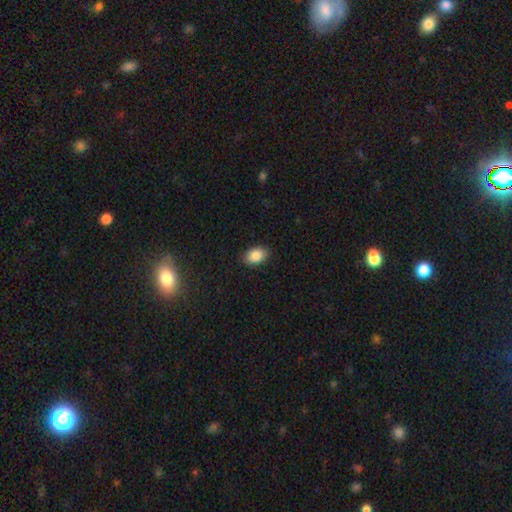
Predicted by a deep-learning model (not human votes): Q: Smooth or featured?
A: smooth (86%); runner-up: star or artifact (8%)
Q: How rounded?
A: in between (83%); runner-up: round (16%)
Q: Merging?
A: none (88%); runner-up: minor disturbance (9%)